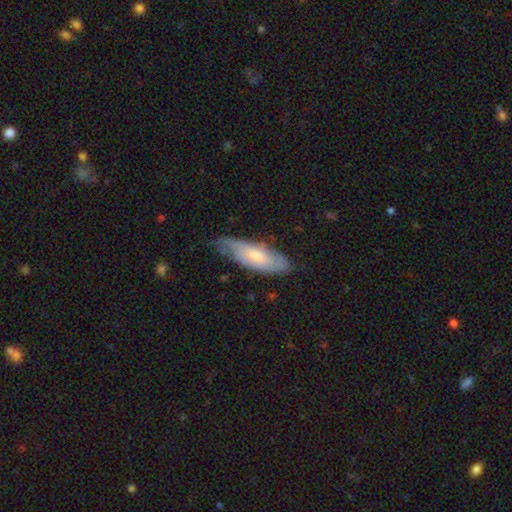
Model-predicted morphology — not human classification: Q: Smooth or featured?
A: smooth (53%); runner-up: featured or disk (41%)
Q: How rounded?
A: in between (62%); runner-up: cigar-shaped (36%)
Q: Merging?
A: none (62%); runner-up: minor disturbance (30%)